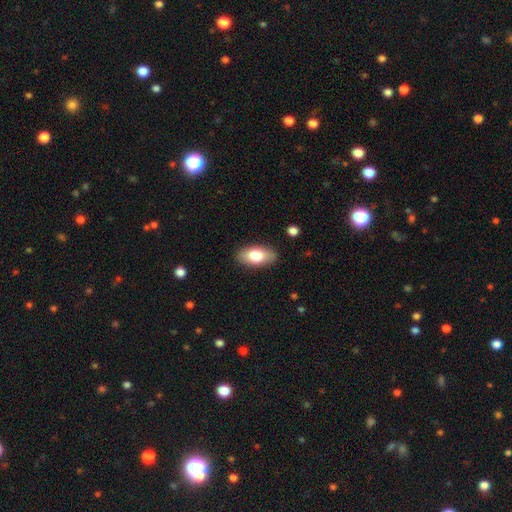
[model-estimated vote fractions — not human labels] Q: Smooth or featured?
A: smooth (76%); runner-up: featured or disk (17%)
Q: How rounded?
A: in between (91%); runner-up: cigar-shaped (5%)
Q: Merging?
A: none (87%); runner-up: minor disturbance (9%)